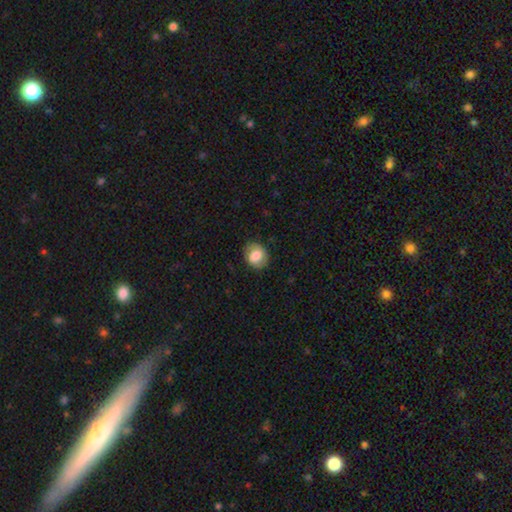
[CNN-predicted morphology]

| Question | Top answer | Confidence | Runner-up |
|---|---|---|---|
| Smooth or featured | smooth | 76% | featured or disk (17%) |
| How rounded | round | 58% | in between (41%) |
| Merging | none | 83% | minor disturbance (12%) |